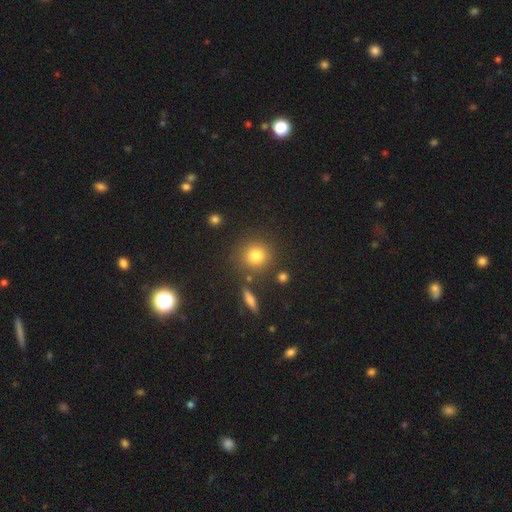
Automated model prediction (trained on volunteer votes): smooth-or-featured: smooth: 80% | star or artifact: 12% | featured or disk: 8%
  how-rounded: round: 89% | in between: 10% | cigar-shaped: 1%
  merging: none: 81% | minor disturbance: 9% | merger: 7% | major disturbance: 3%